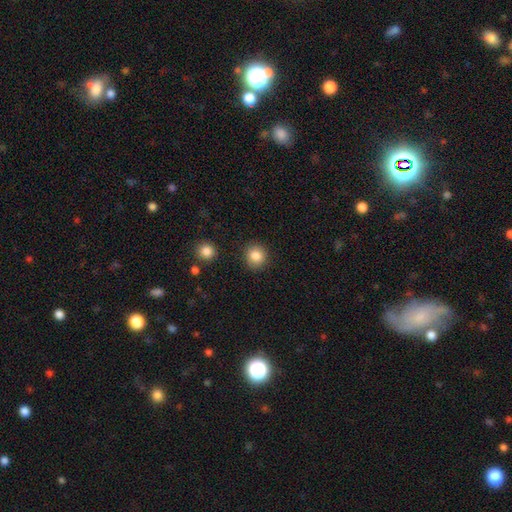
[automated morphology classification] This appears to be a smooth galaxy with no disk features (85%) that is round (88%). Merging: none (89%).